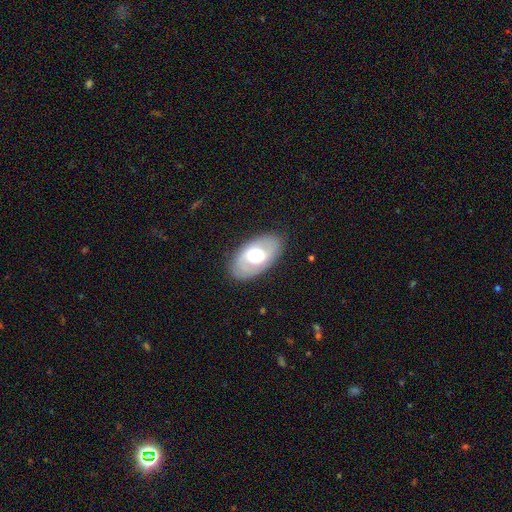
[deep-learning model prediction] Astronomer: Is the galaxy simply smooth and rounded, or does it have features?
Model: featured or disk — 50% (runner-up: smooth, 44%).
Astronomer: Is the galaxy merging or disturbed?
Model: none — 83%.